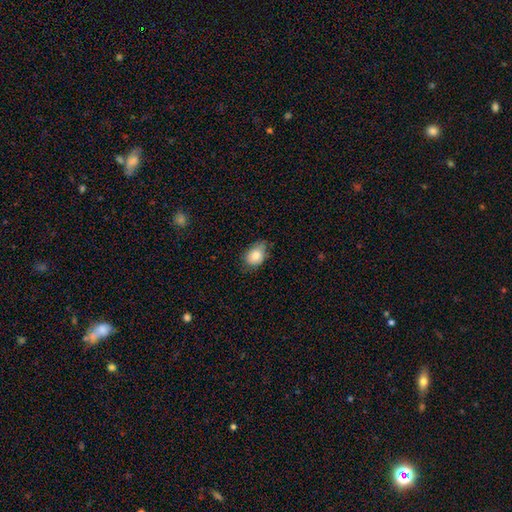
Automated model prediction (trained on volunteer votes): Smooth or featured? Predicted: smooth (p=0.81). How rounded? Predicted: in between (p=0.78). Merging? Predicted: none (p=0.59).